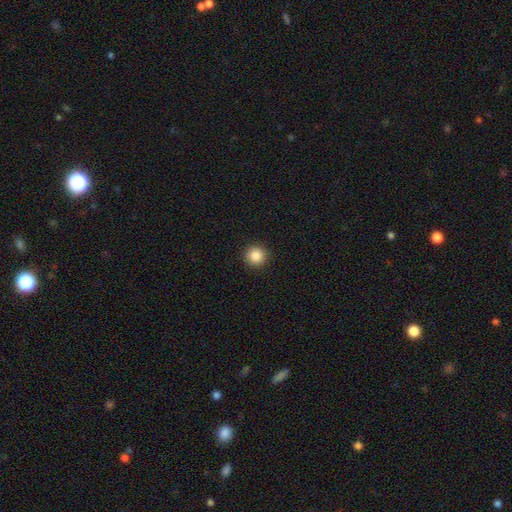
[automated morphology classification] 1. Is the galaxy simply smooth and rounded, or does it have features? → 86% smooth, 10% star or artifact, 4% featured or disk.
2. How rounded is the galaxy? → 96% round, 3% in between, 1% cigar-shaped.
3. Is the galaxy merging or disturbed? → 93% none, 4% minor disturbance, 2% major disturbance, 1% merger.